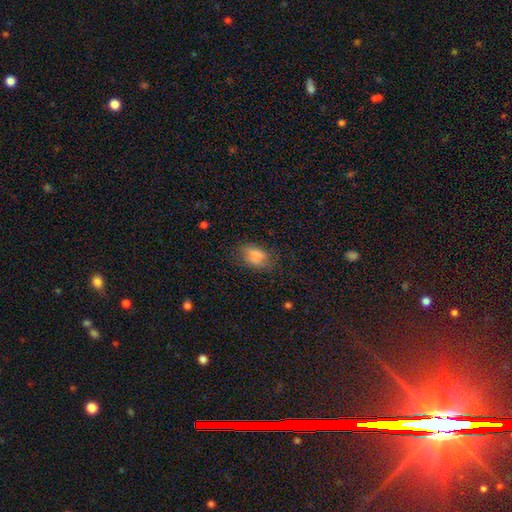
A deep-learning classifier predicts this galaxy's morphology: smooth-or-featured: smooth: 74% | featured or disk: 14% | star or artifact: 12%
  how-rounded: in between: 87% | round: 10% | cigar-shaped: 3%
  merging: none: 60% | minor disturbance: 26% | major disturbance: 12% | merger: 3%